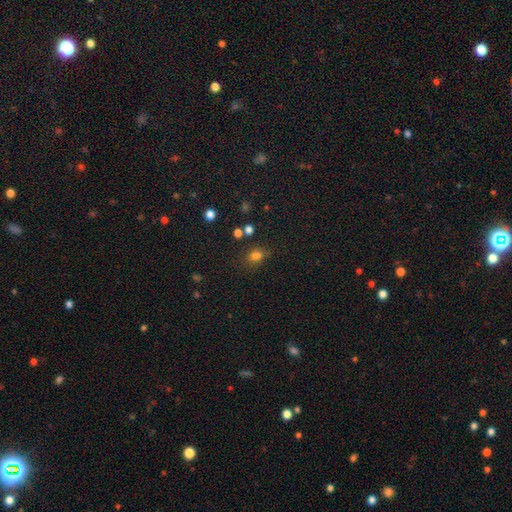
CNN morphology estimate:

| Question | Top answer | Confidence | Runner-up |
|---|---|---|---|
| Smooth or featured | smooth | 74% | star or artifact (19%) |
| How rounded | in between | 52% | round (47%) |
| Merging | none | 66% | minor disturbance (17%) |